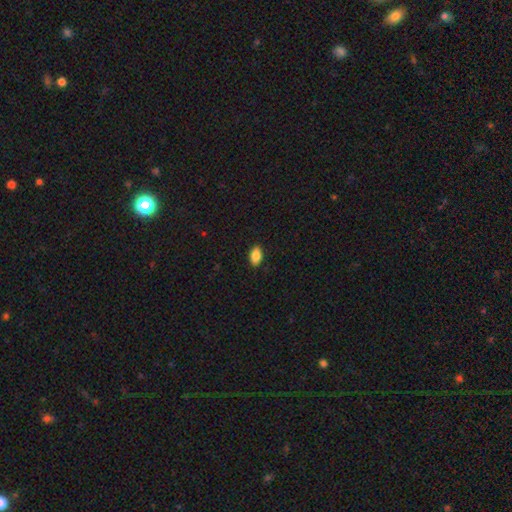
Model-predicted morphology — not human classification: Smooth or featured: smooth — 87% (star or artifact — 8%)
How rounded: in between — 91% (round — 7%)
Merging: none — 89% (minor disturbance — 8%)